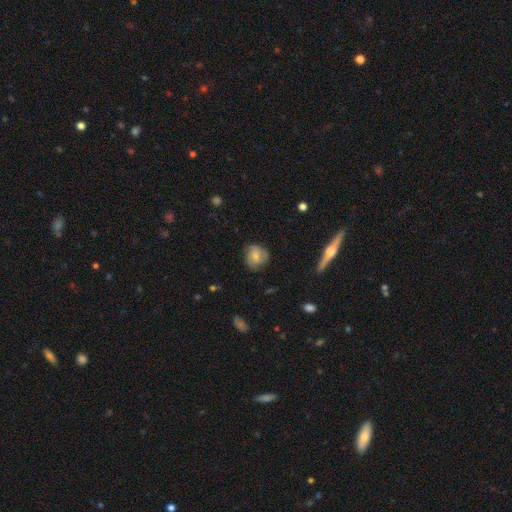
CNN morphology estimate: A smooth galaxy with no disk features (60%) that is round (76%).

Vote fractions:
- Smooth or featured? smooth: 60% / featured or disk: 31% / star or artifact: 8%
- How rounded? round: 76% / in between: 23% / cigar-shaped: 1%
- Merging? none: 69% / minor disturbance: 23% / major disturbance: 6% / merger: 1%